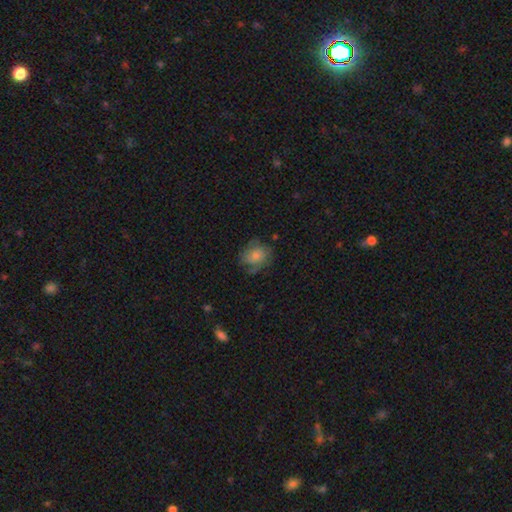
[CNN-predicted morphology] smooth-or-featured: smooth: 48% | featured or disk: 41% | star or artifact: 11%
  merging: none: 64% | minor disturbance: 23% | major disturbance: 11% | merger: 2%